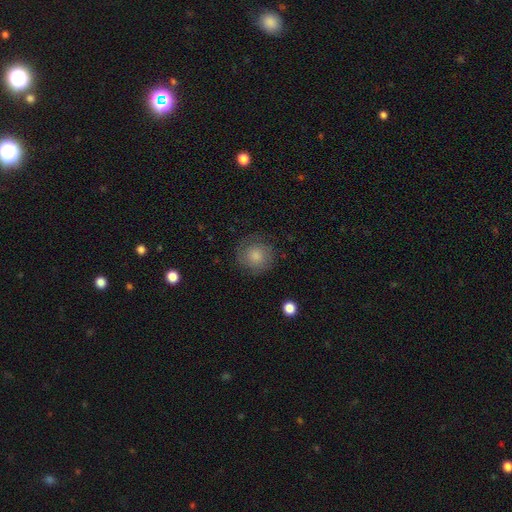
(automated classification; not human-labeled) Smooth or featured? smooth (71%)
How rounded? round (92%)
Merging? none (79%)